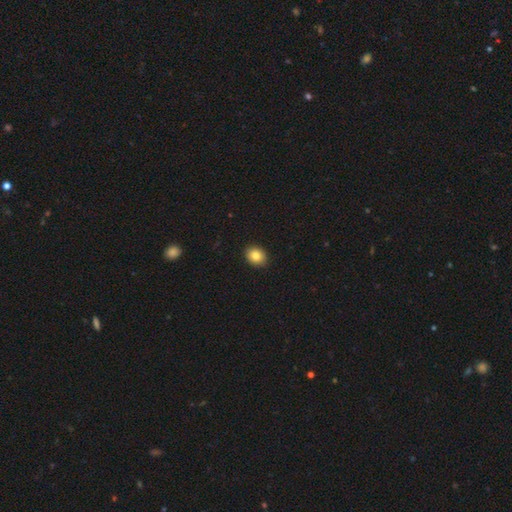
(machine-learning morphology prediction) Overall: smooth (83%). How rounded: in between (50%; round 49%). Merging: none (91%).